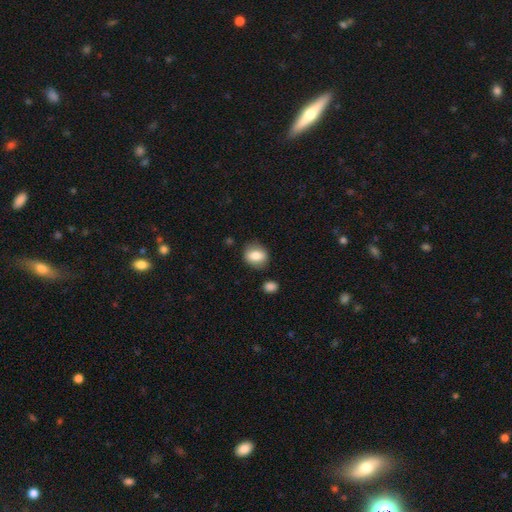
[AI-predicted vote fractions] Smooth or featured?
  - smooth: 79% *
  - featured or disk: 13%
  - star or artifact: 8%
How rounded?
  - in between: 51% *
  - round: 47%
  - cigar-shaped: 2%
Merging?
  - none: 81% *
  - minor disturbance: 12%
  - merger: 3%
  - major disturbance: 3%